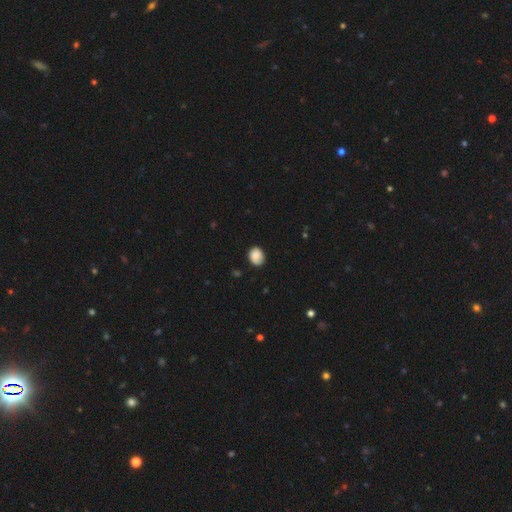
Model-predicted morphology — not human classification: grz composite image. It shows a smooth galaxy with no disk features (83%) that is round (56%). Merging: none (74%).